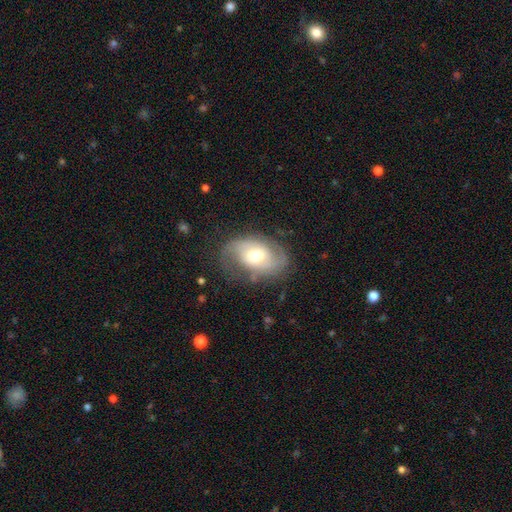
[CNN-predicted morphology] This is likely a featured or disk galaxy (72%). It is clearly not viewed edge-on (96%). Bar: possibly no (55%). Spiral arm pattern: clearly yes (88%). Spiral arm count: likely 2 (79%). Spiral winding: marginally medium (43%). Central bulge: likely moderate (68%). Merging: likely none (70%).